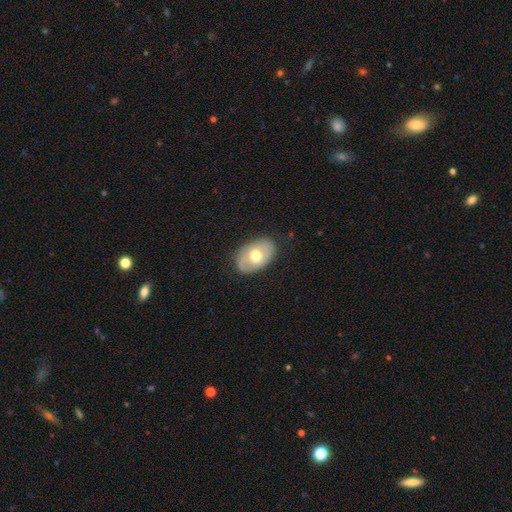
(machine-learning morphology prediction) Overall: smooth (54%; featured or disk 39%). How rounded: in between (87%). Merging: none (80%).